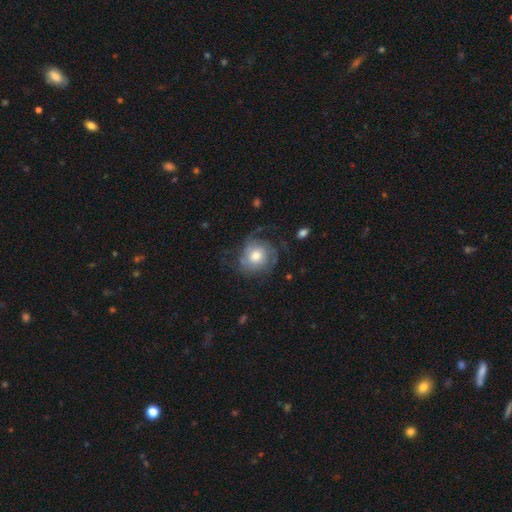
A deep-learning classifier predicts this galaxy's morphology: Smooth or featured: featured or disk — 65% (smooth — 28%)
Edge-on disk: no — 98% (yes — 2%)
Bar: no — 81% (weak — 17%)
Spiral arms: yes — 87% (no — 13%)
Spiral winding: tight — 45% (medium — 37%)
Spiral arm count: can't tell — 32% (2 — 26%)
Bulge size: moderate — 58% (large — 29%)
Merging: none — 60% (minor disturbance — 20%)